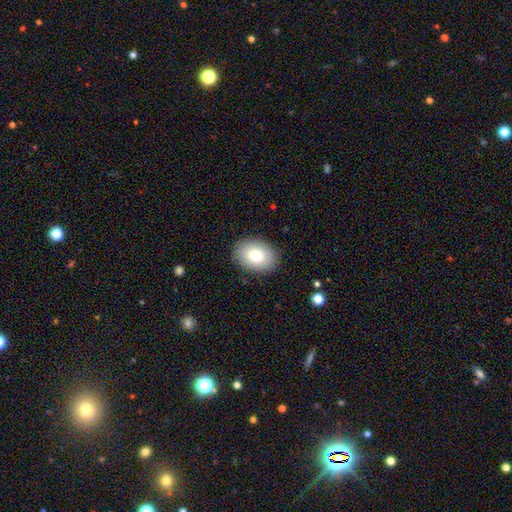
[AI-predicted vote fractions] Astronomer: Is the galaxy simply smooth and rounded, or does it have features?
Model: smooth — 79%.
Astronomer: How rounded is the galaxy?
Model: in between — 77%.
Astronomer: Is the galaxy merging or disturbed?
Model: none — 88%.